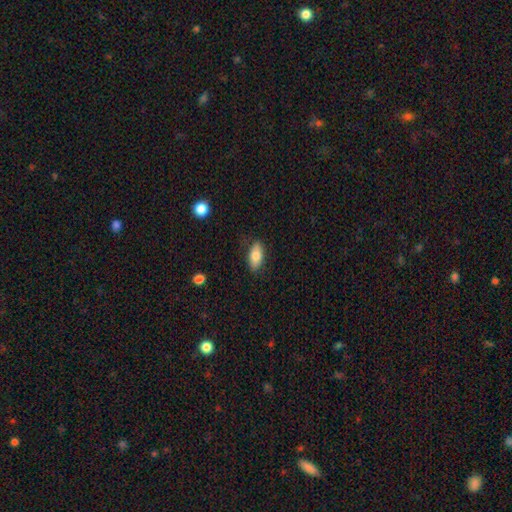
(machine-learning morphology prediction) This appears to be a smooth galaxy with no disk features (79%) that is in between round and cigar-shaped (87%). Merging: none (82%).